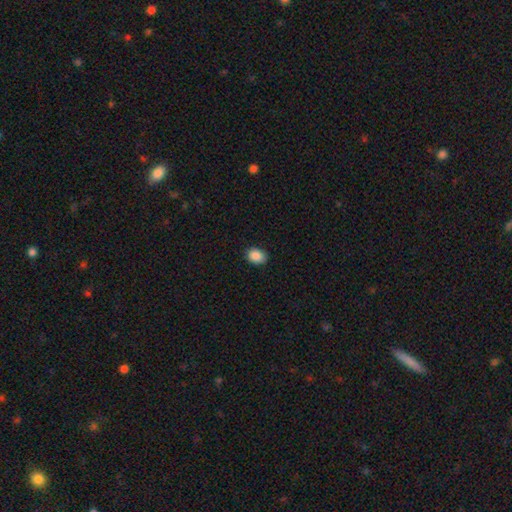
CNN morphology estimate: A smooth galaxy with no disk features (88%) that is in between round and cigar-shaped (65%). Merging: none (86%).